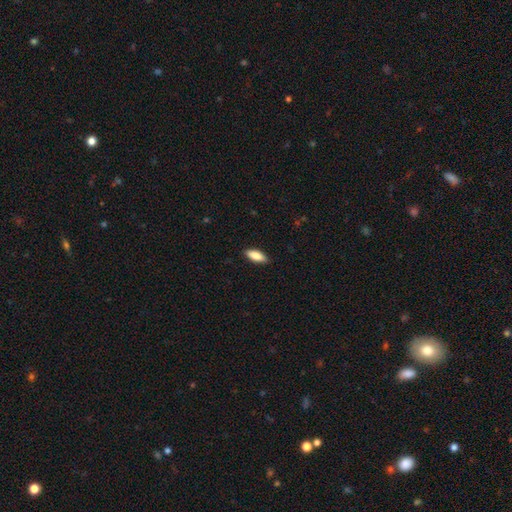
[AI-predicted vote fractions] A smooth galaxy with no disk features (85%) that is in between round and cigar-shaped (74%).

Vote fractions:
- Smooth or featured? smooth: 85% / featured or disk: 9% / star or artifact: 6%
- How rounded? in between: 74% / cigar-shaped: 24% / round: 2%
- Merging? none: 88% / minor disturbance: 9% / major disturbance: 2% / merger: 1%